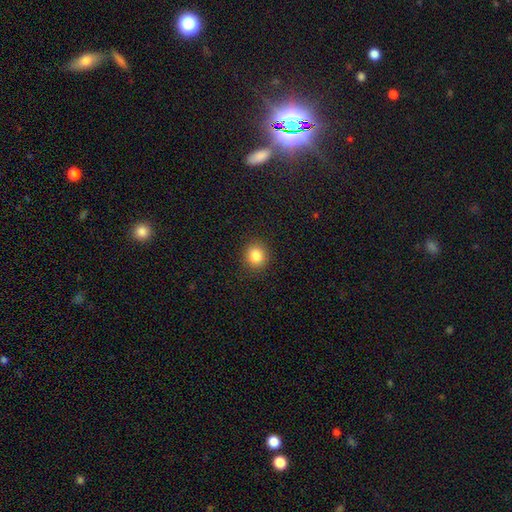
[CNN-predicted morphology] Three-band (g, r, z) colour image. It shows a smooth galaxy with no disk features (84%) that is round (86%). Merging: none (90%).